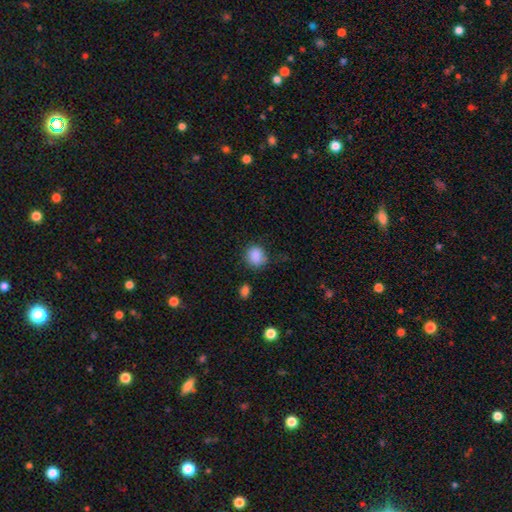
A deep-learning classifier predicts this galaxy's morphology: This appears to be a smooth galaxy with no disk features (87%) that is round (73%). Merging: none (72%).